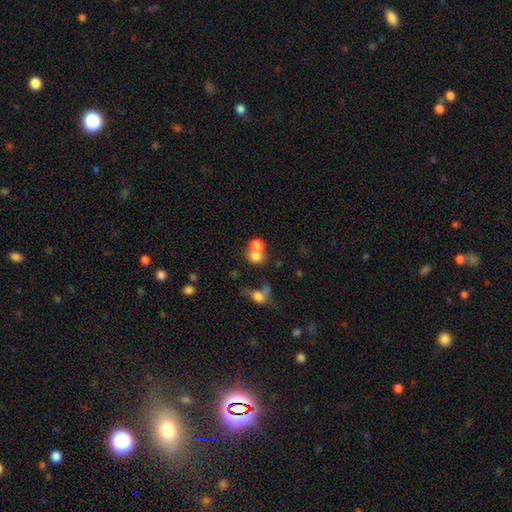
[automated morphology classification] type=smooth (73%); roundness=round (78%); merging=merger (54%).